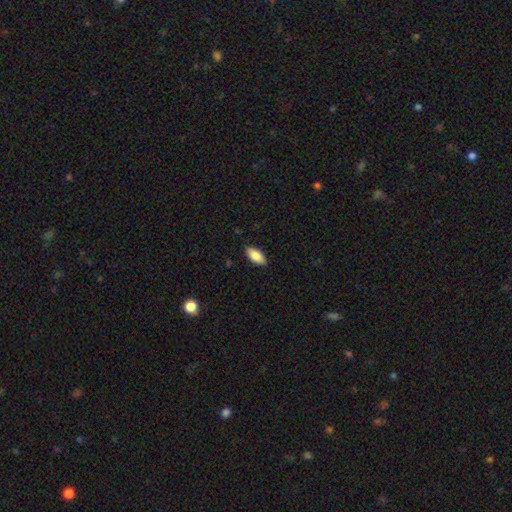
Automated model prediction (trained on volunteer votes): This appears to be a smooth galaxy with no disk features (86%) that is in between round and cigar-shaped (90%). Merging: none (87%).